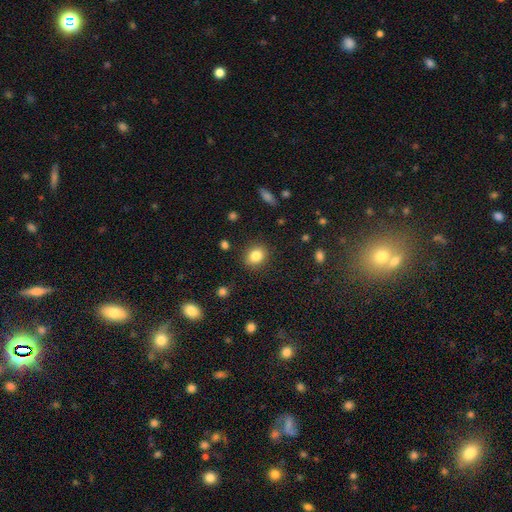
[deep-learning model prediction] Morphology: type=smooth (83%); roundness=round (58%); merging=none (88%).